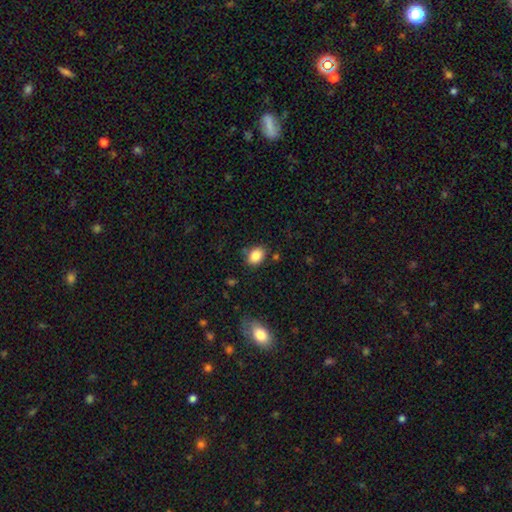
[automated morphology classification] type=smooth (85%); roundness=in between (69%); merging=none (77%).